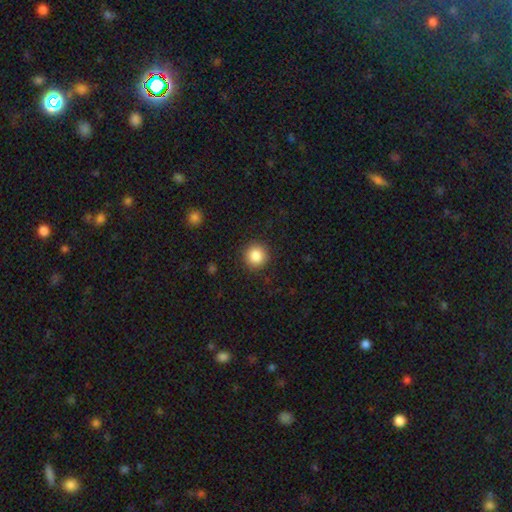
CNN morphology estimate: Smooth or featured? Predicted: smooth (p=0.86). How rounded? Predicted: round (p=0.95). Merging? Predicted: none (p=0.91).